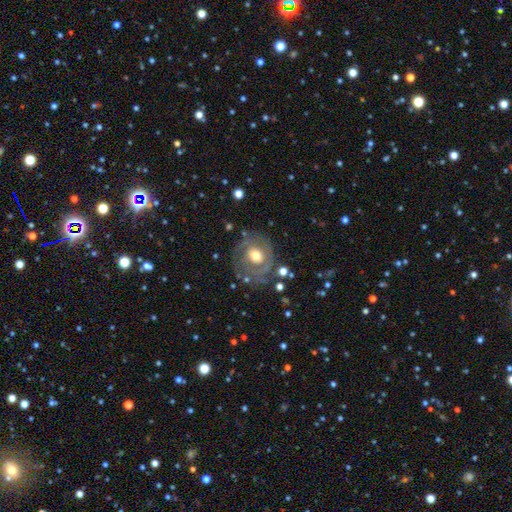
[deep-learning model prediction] This appears to be a featured or disk galaxy (61%) with no bar (80%), spiral arms (56%) and a moderate central bulge (68%). Merging: none (68%).